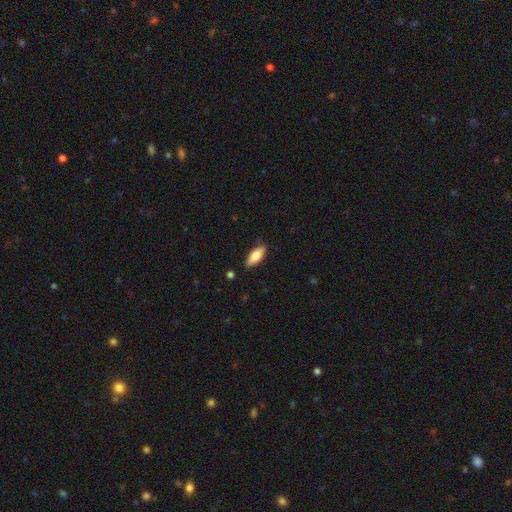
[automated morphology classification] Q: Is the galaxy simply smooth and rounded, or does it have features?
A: smooth — 70%.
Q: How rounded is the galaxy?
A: in between — 68%.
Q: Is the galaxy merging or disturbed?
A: none — 85%.